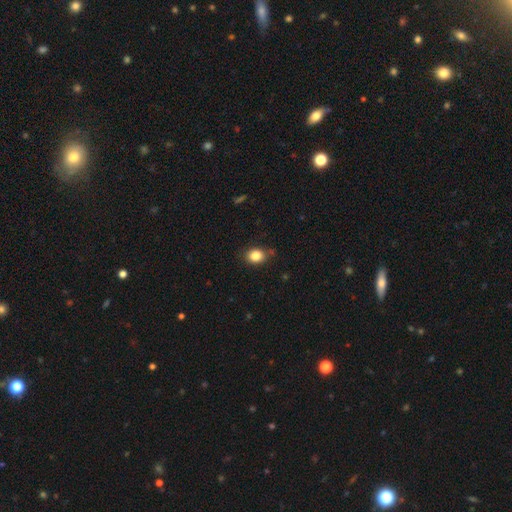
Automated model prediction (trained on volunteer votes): A smooth galaxy with no disk features (84%) that is in between round and cigar-shaped (52%). Merging: none (81%).